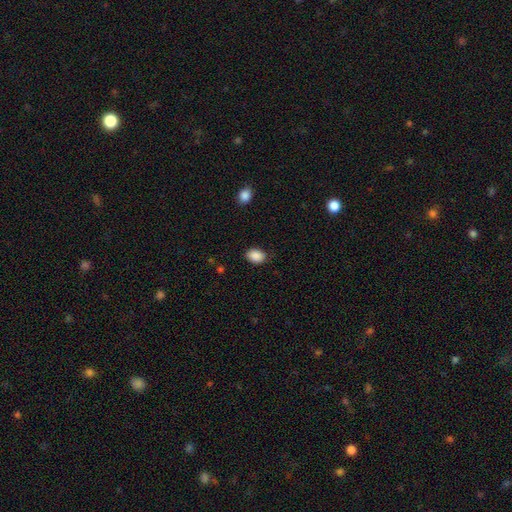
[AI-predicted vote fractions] Morphology: type=smooth (89%); roundness=in between (74%); merging=none (81%).